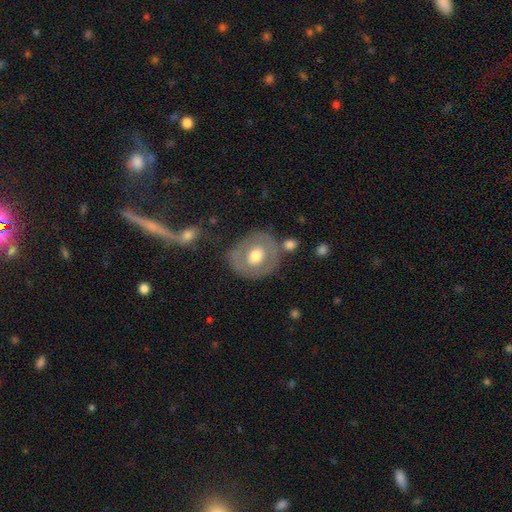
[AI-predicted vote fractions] Smooth or featured?
  - smooth: 50% *
  - featured or disk: 44%
  - star or artifact: 6%
Merging?
  - none: 71% *
  - minor disturbance: 16%
  - major disturbance: 7%
  - merger: 6%